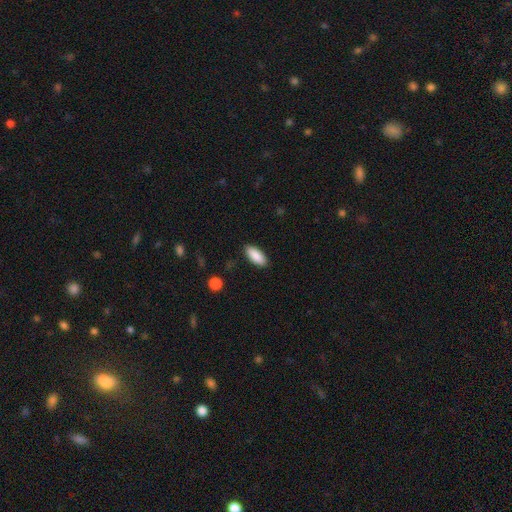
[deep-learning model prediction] A smooth galaxy with no disk features (89%) that is in between round and cigar-shaped (82%). Merging: none (89%).